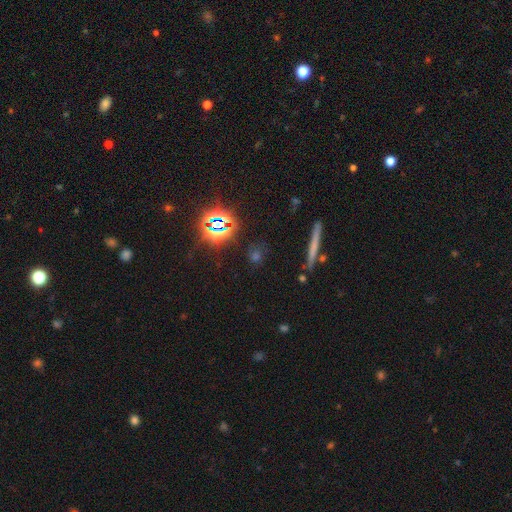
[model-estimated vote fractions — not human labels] A star or artifact, not a galaxy (45%).